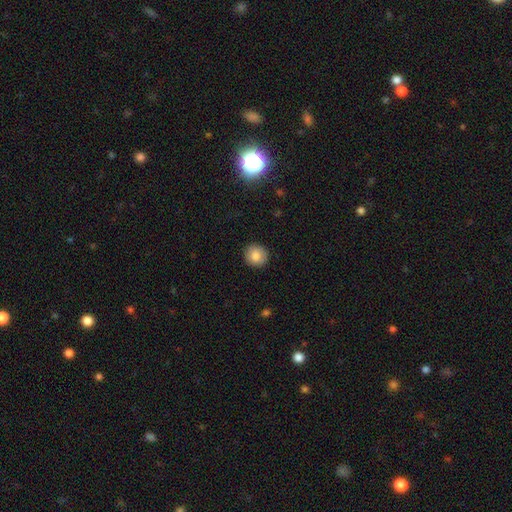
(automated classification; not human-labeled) smooth_or_featured: smooth (p=0.84) [alt: star or artifact p=0.09]
how_rounded: round (p=0.92) [alt: in between p=0.07]
merging: none (p=0.91) [alt: minor disturbance p=0.06]